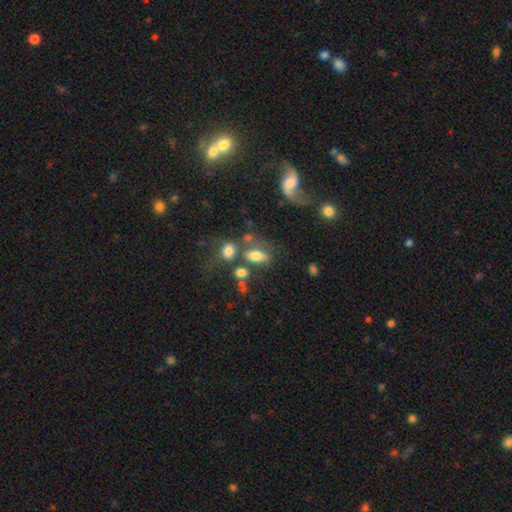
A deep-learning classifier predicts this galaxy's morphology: smooth 72%, featured or disk 16%, star or artifact 12%. Down the decision tree: how rounded — in between (84%); merging — none (42%).